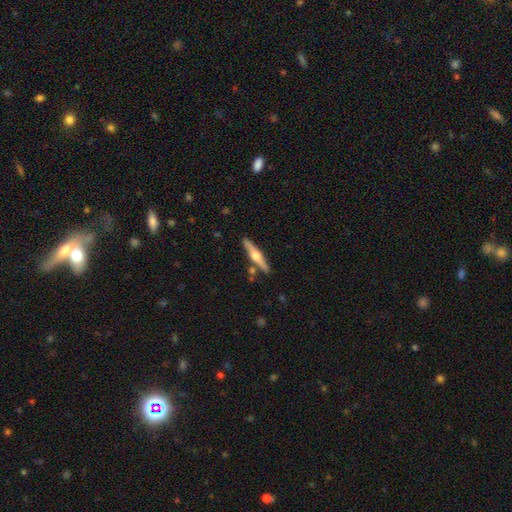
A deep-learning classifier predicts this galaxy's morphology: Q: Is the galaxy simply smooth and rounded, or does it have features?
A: featured or disk — 68%.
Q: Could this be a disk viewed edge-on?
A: yes — 97%.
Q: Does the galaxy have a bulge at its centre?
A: rounded — 95%.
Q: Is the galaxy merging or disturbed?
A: none — 85%.